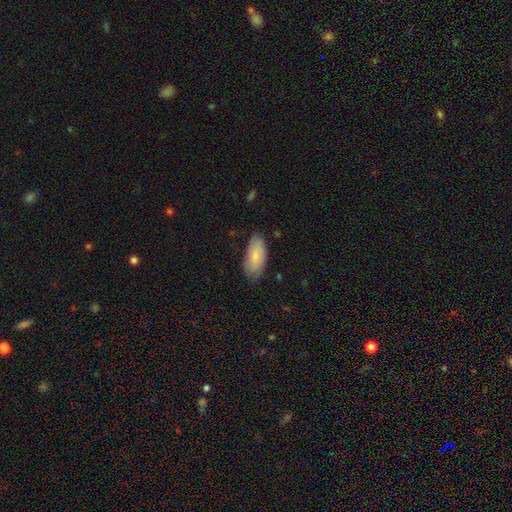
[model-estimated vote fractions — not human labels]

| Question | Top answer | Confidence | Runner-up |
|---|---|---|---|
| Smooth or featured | smooth | 82% | featured or disk (12%) |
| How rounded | in between | 89% | cigar-shaped (9%) |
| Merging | none | 77% | minor disturbance (19%) |